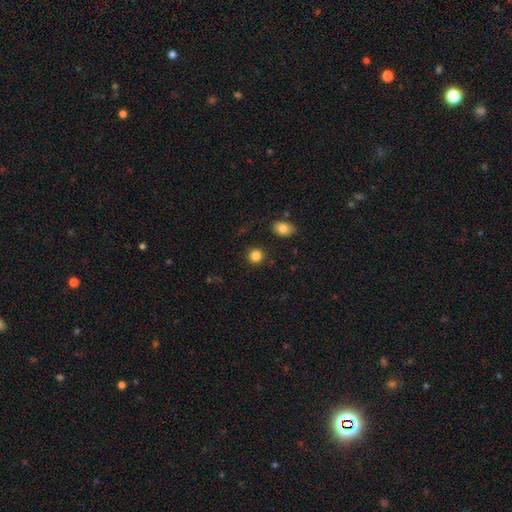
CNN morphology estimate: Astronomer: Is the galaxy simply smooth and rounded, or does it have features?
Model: smooth — 85%.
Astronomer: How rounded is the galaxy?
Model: round — 89%.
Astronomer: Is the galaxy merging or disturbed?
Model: none — 90%.